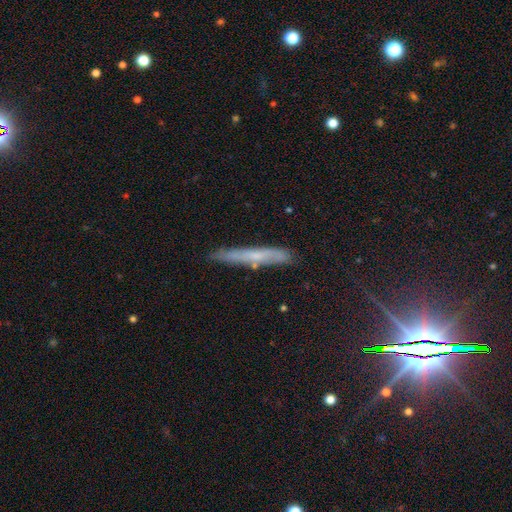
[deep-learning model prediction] This appears to be a smooth galaxy with no disk features (47%). Merging: none (81%).